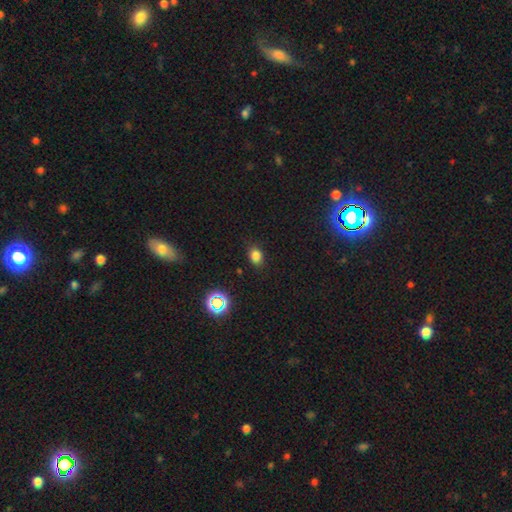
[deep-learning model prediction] This is likely a smooth galaxy (78%). How rounded: likely in between (65%). Merging: clearly none (84%).